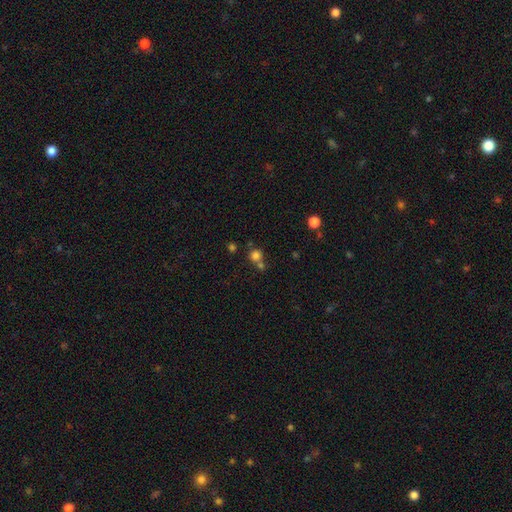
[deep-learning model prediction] smooth_or_featured: smooth (p=0.75) [alt: star or artifact p=0.17]
how_rounded: round (p=0.90) [alt: in between p=0.09]
merging: none (p=0.57) [alt: merger p=0.33]